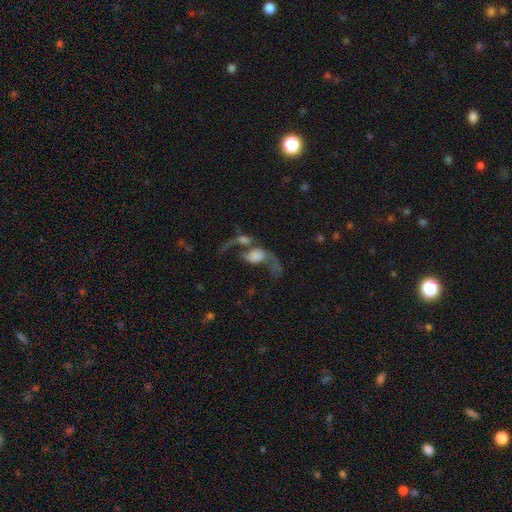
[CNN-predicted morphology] This is possibly a featured or disk galaxy (52%). It is clearly not viewed edge-on (94%). Merging: possibly merger (49%).